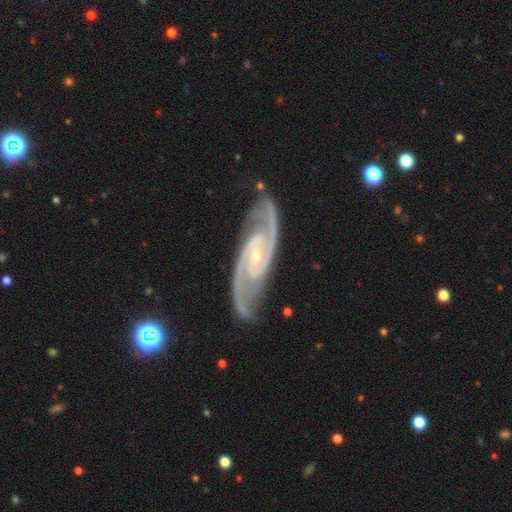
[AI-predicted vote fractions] Morphology: type=featured or disk (94%); edge-on=no (96%); bar=no (43%); spiral arms=yes (99%); winding=medium (53%); arm count=2 (89%); bulge=small (79%); merging=none (82%).